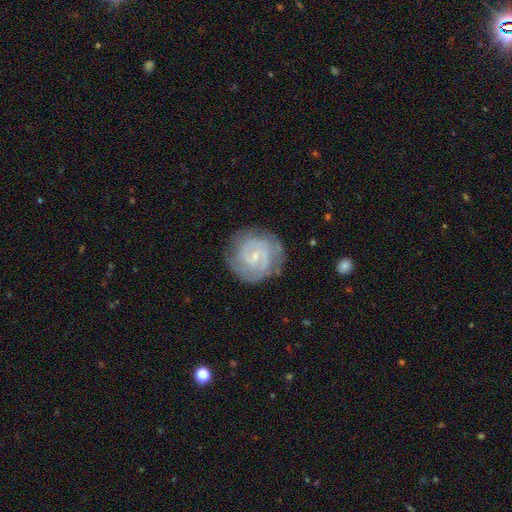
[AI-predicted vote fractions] The model was most divided on "bar": no: 47%, weak: 44%, strong: 9%. More confident: edge-on disk — no (98%); spiral arms — yes (95%); smooth or featured — featured or disk (82%); bulge size — small (79%); merging — none (77%); spiral winding — tight (63%); spiral arm count — 2 (53%).